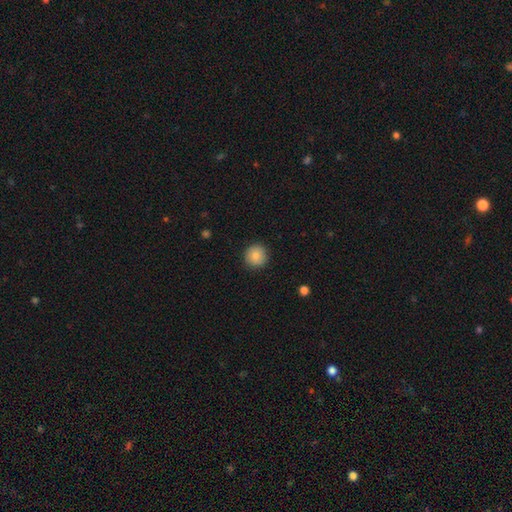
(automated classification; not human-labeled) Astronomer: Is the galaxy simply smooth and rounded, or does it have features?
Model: smooth — 84%.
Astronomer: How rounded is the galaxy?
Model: round — 93%.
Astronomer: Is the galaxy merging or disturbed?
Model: none — 89%.